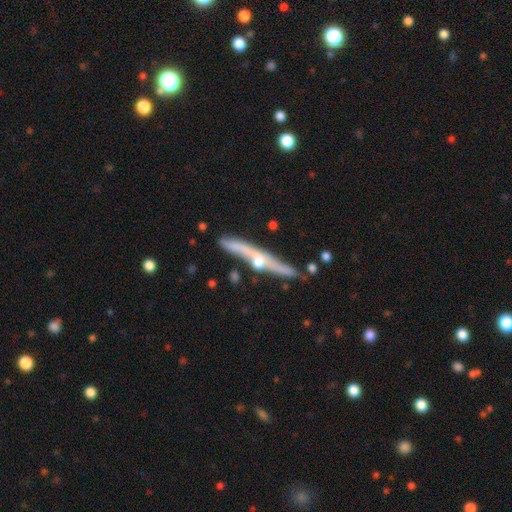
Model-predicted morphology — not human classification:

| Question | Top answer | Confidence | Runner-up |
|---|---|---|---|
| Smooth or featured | featured or disk | 76% | smooth (18%) |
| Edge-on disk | yes | 93% | no (7%) |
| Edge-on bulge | rounded | 85% | none (11%) |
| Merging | none | 76% | minor disturbance (16%) |